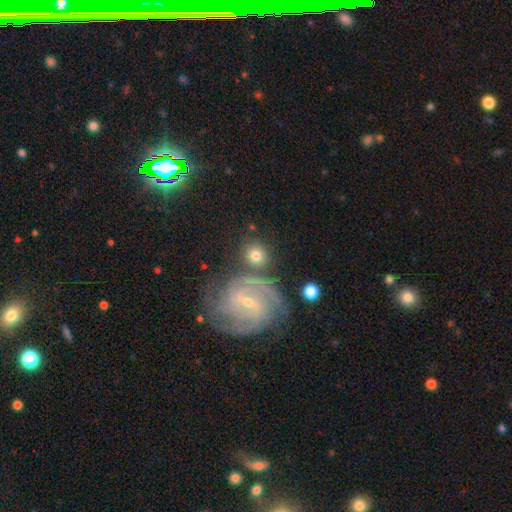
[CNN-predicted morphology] smooth-or-featured: smooth: 65% | featured or disk: 27% | star or artifact: 8%
  how-rounded: round: 87% | in between: 12% | cigar-shaped: 1%
  merging: none: 73% | minor disturbance: 11% | merger: 11% | major disturbance: 5%